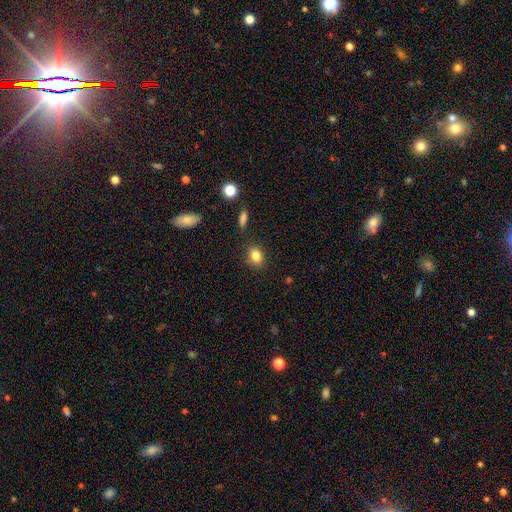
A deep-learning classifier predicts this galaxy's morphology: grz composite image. It shows a smooth galaxy with no disk features (83%) that is in between round and cigar-shaped (57%). Merging: none (85%).